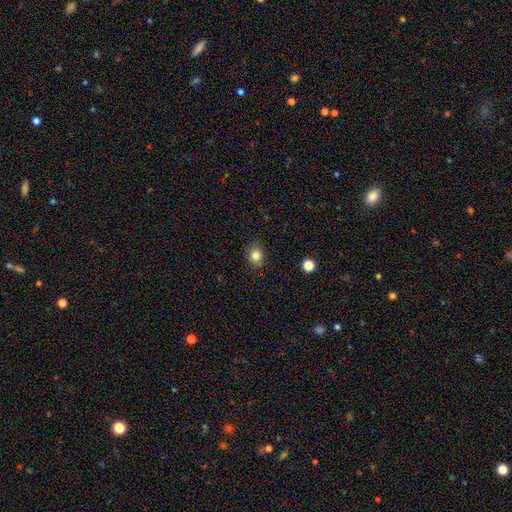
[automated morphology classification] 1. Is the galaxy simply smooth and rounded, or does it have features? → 83% smooth, 11% star or artifact, 6% featured or disk.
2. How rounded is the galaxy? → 62% round, 37% in between, 1% cigar-shaped.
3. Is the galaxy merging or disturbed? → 86% none, 10% minor disturbance, 2% major disturbance, 1% merger.